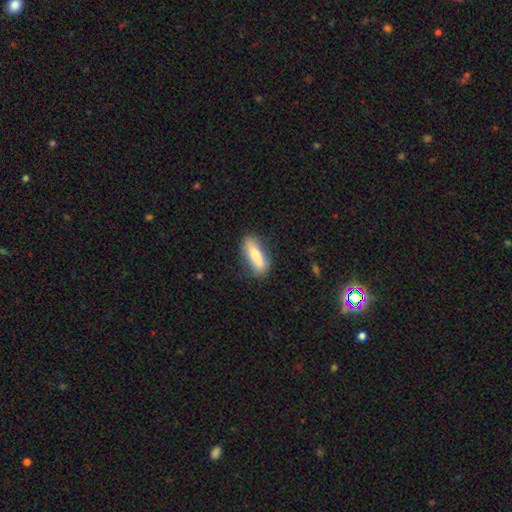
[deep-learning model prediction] Morphology: type=smooth (77%); roundness=in between (50%); merging=none (78%).